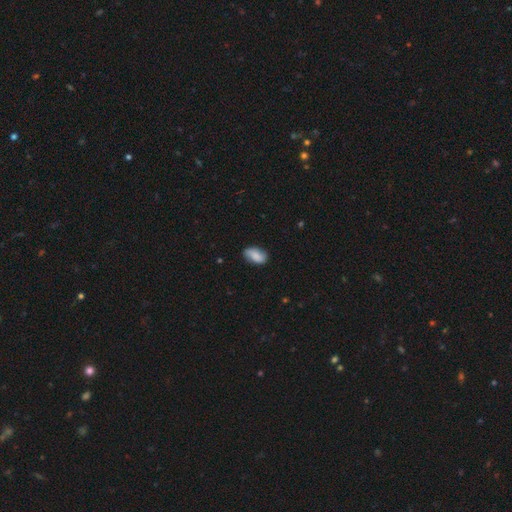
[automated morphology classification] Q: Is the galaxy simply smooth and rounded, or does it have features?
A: smooth — 74%.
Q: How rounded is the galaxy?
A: in between — 91%.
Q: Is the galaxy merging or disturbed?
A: none — 77%.